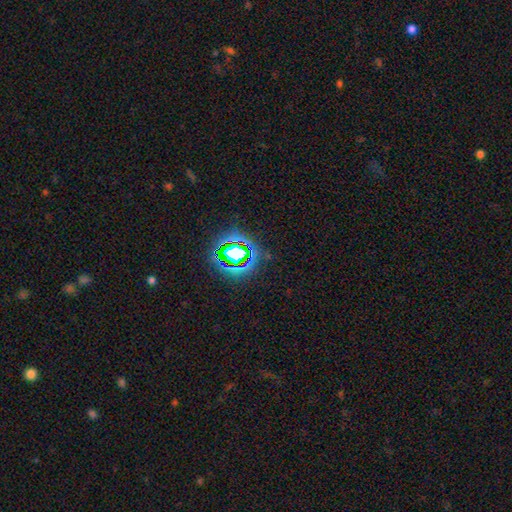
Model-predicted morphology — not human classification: A star or artifact, not a galaxy (78%).